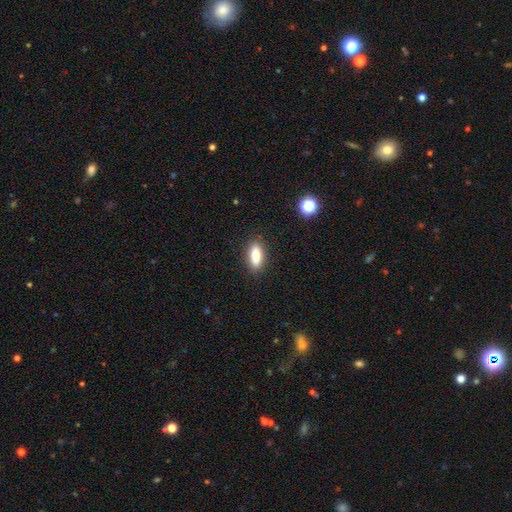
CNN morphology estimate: Smooth or featured: smooth — 79% (featured or disk — 13%)
How rounded: in between — 73% (cigar-shaped — 24%)
Merging: none — 88% (minor disturbance — 9%)